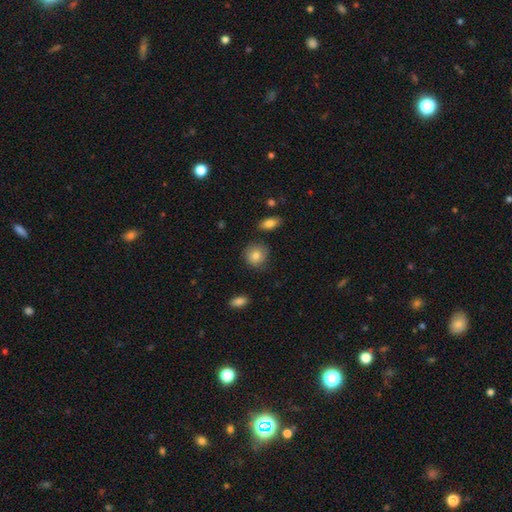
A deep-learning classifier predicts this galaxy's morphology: Smooth or featured? smooth (80%)
How rounded? round (84%)
Merging? none (79%)